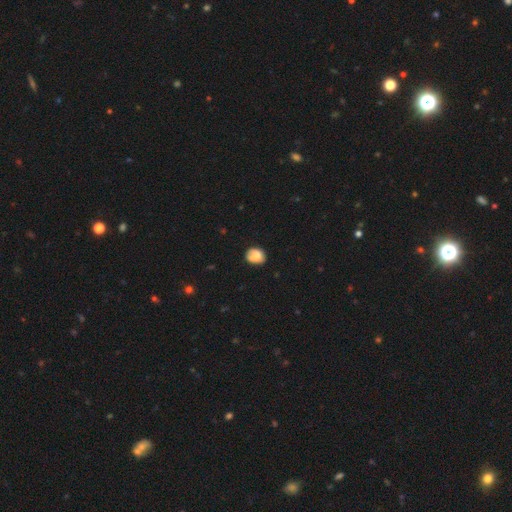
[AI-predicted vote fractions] smooth_or_featured: smooth (p=0.81) [alt: featured or disk p=0.10]
how_rounded: round (p=0.60) [alt: in between p=0.39]
merging: none (p=0.70) [alt: minor disturbance p=0.23]